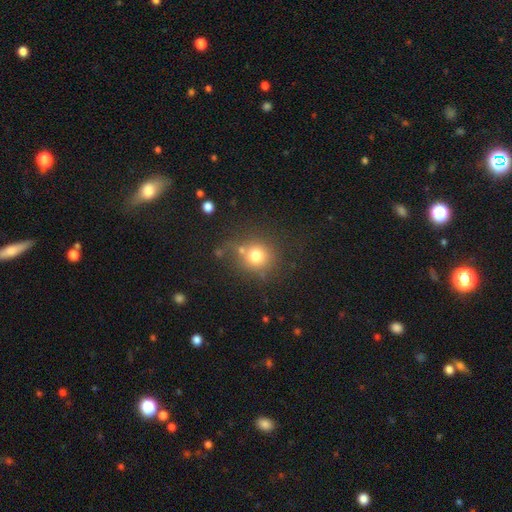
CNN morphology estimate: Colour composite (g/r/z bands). It shows a smooth galaxy with no disk features (76%) that is round (89%). Merging: none (67%).